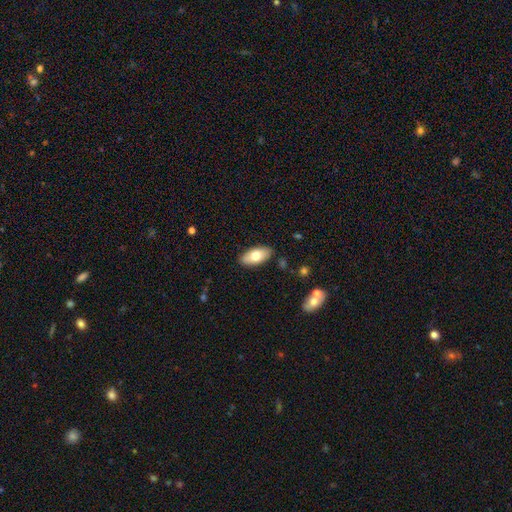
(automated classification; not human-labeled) Overall: smooth (72%). How rounded: in between (91%). Merging: none (88%).